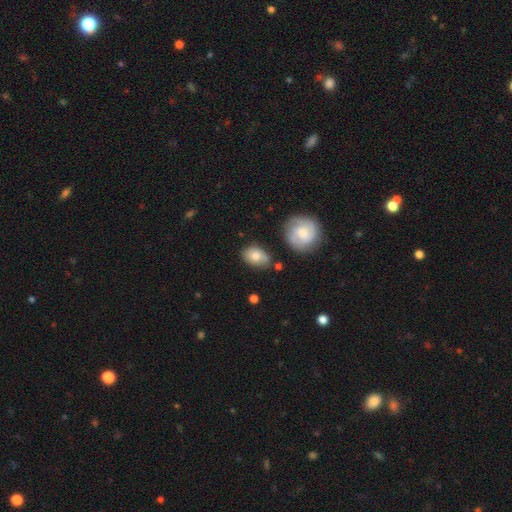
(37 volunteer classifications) This appears to be a smooth galaxy with no disk features (76%) that is in between round and cigar-shaped (79%). Merging: none (82%).